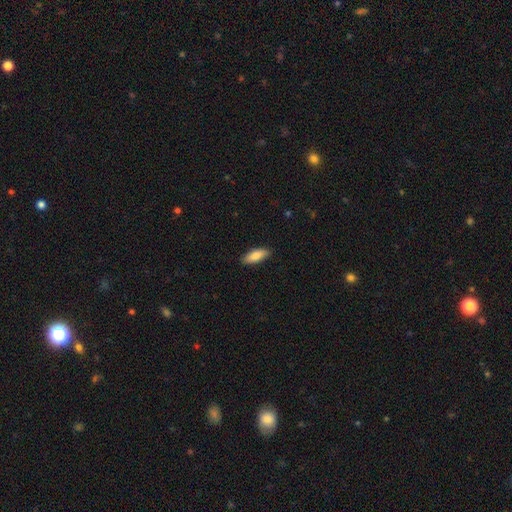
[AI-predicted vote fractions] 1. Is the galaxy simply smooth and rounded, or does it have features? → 84% smooth, 11% featured or disk, 6% star or artifact.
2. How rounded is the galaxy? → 72% in between, 26% cigar-shaped, 2% round.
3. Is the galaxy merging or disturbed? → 88% none, 10% minor disturbance, 2% major disturbance, 1% merger.